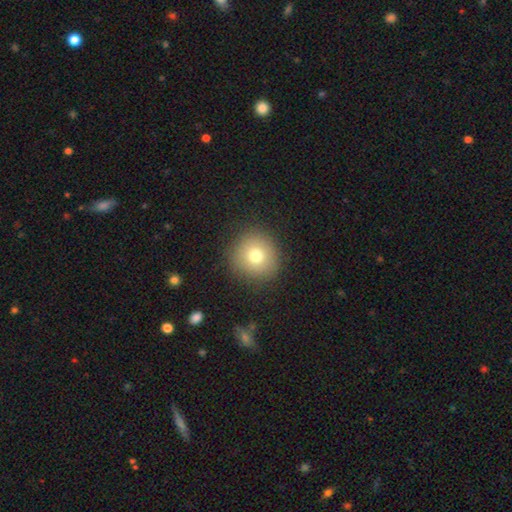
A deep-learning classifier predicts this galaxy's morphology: Q: Smooth or featured?
A: smooth (74%); runner-up: featured or disk (13%)
Q: How rounded?
A: round (93%); runner-up: in between (6%)
Q: Merging?
A: none (87%); runner-up: minor disturbance (8%)